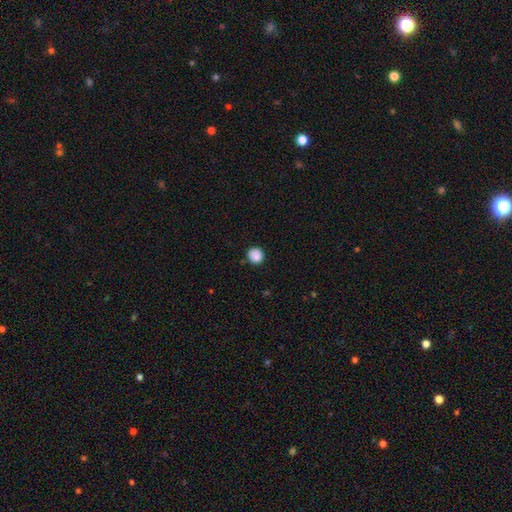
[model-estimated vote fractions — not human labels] Morphology: type=smooth (86%); roundness=round (91%); merging=none (84%).